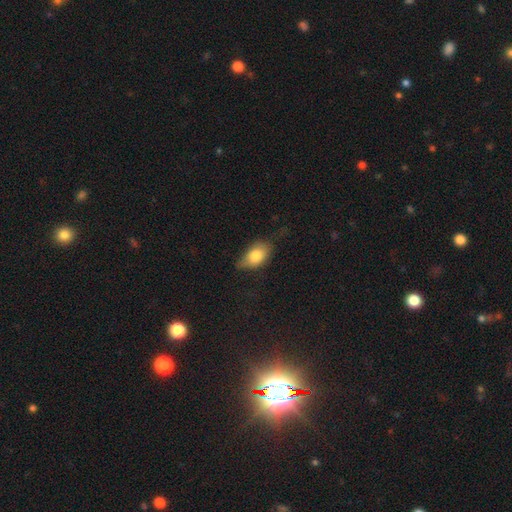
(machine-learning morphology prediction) A smooth galaxy with no disk features (79%) that is in between round and cigar-shaped (88%). Merging: none (53%).